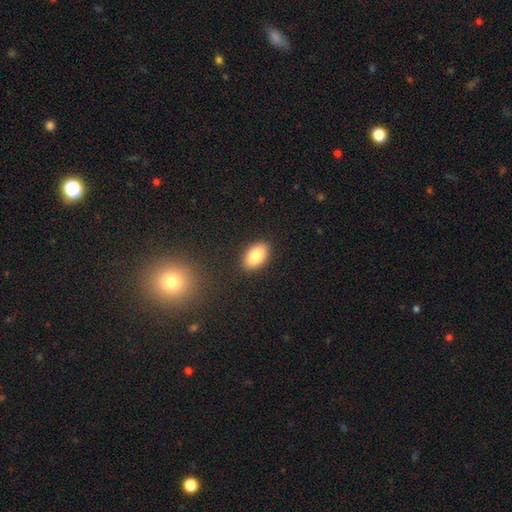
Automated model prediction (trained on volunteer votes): smooth-or-featured: smooth: 83% | featured or disk: 9% | star or artifact: 8%
  how-rounded: in between: 92% | round: 7% | cigar-shaped: 2%
  merging: none: 89% | minor disturbance: 8% | major disturbance: 2% | merger: 1%